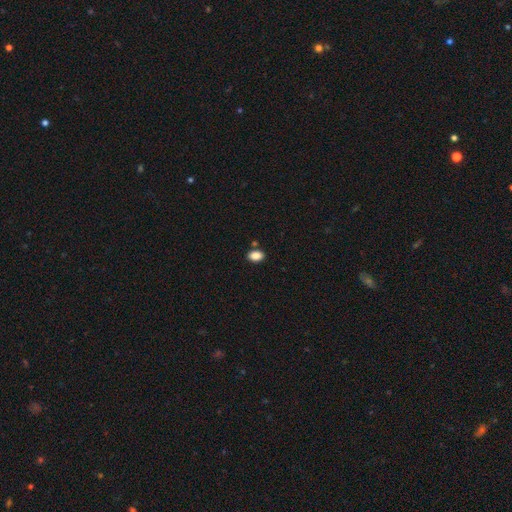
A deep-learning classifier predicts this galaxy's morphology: The model was most divided on "merging": none: 82%, minor disturbance: 10%, merger: 6%, major disturbance: 2%. More confident: smooth or featured — smooth (87%); how rounded — in between (86%).